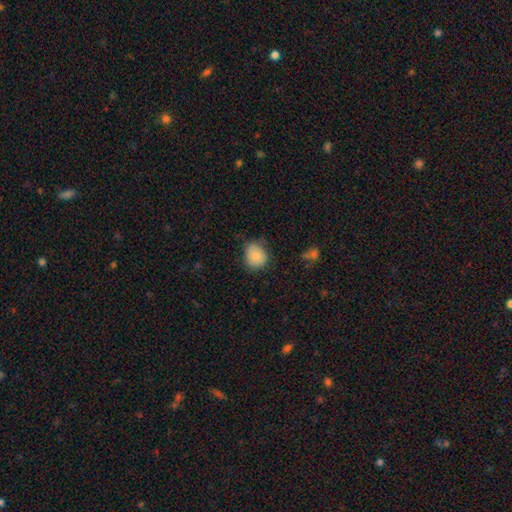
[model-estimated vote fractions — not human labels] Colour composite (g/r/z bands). It shows a smooth galaxy with no disk features (84%) that is round (63%). Merging: none (68%).